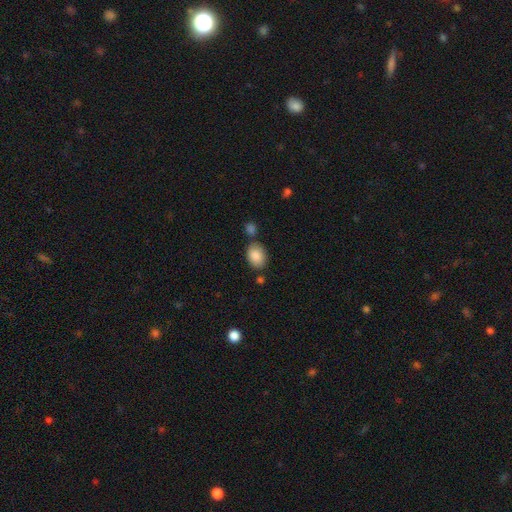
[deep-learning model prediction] Smooth or featured? smooth (87%)
How rounded? in between (72%)
Merging? none (67%)